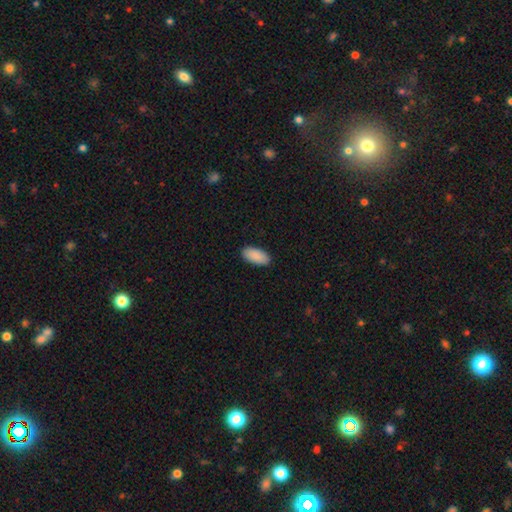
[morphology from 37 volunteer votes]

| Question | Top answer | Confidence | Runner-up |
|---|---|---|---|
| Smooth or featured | smooth | 86% | featured or disk (8%) |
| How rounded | in between | 97% | cigar-shaped (3%) |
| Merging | none | 89% | major disturbance (9%) |